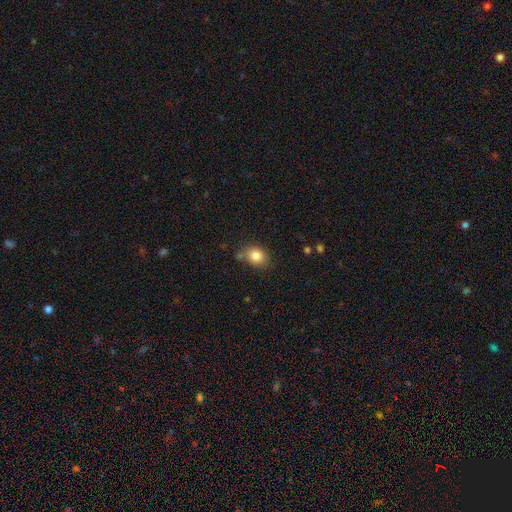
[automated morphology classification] Q: Smooth or featured?
A: smooth (84%); runner-up: star or artifact (9%)
Q: How rounded?
A: in between (51%); runner-up: round (48%)
Q: Merging?
A: none (70%); runner-up: minor disturbance (18%)